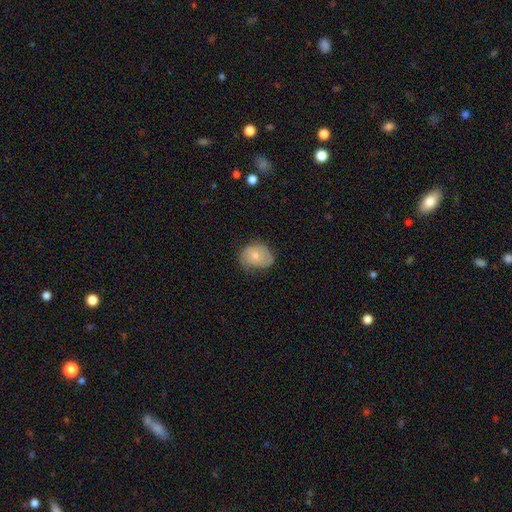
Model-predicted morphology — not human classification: smooth-or-featured: smooth: 61% | featured or disk: 32% | star or artifact: 7%
  how-rounded: round: 51% | in between: 48% | cigar-shaped: 1%
  merging: none: 54% | minor disturbance: 33% | major disturbance: 11% | merger: 1%